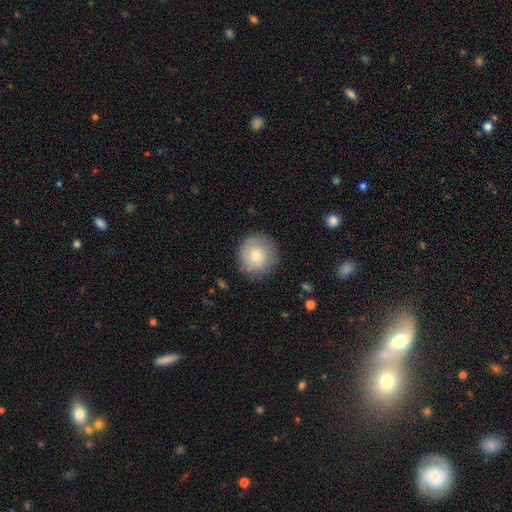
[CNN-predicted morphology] Smooth or featured?
  - smooth: 77% *
  - featured or disk: 15%
  - star or artifact: 8%
How rounded?
  - round: 93% *
  - in between: 6%
  - cigar-shaped: 1%
Merging?
  - none: 82% *
  - minor disturbance: 13%
  - major disturbance: 4%
  - merger: 1%